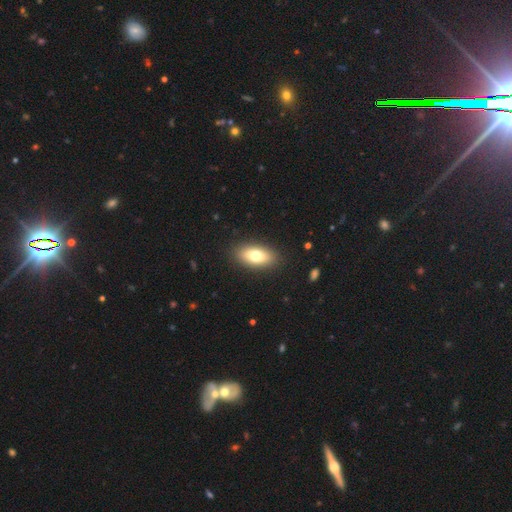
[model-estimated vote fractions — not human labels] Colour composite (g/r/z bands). It shows a smooth galaxy with no disk features (74%) that is in between round and cigar-shaped (88%). Merging: none (89%).